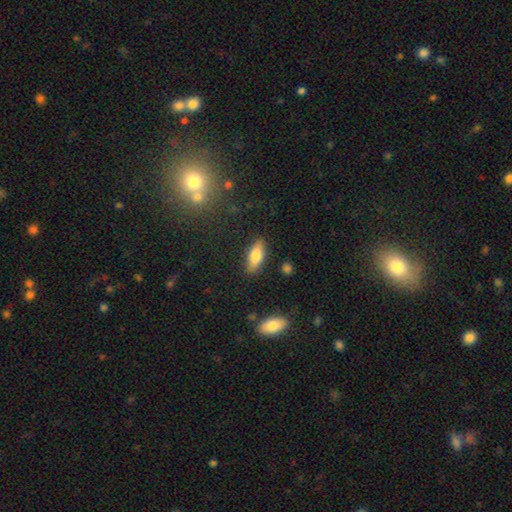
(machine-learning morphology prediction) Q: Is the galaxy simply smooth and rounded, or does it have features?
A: smooth — 76%.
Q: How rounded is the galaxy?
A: in between — 74%.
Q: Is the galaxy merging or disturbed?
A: none — 85%.